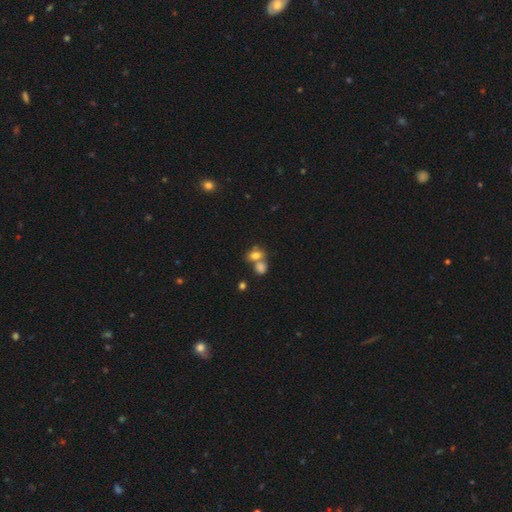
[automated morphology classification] Overall: smooth (75%). How rounded: in between (59%; round 39%). Merging: merger (51%; none 34%).